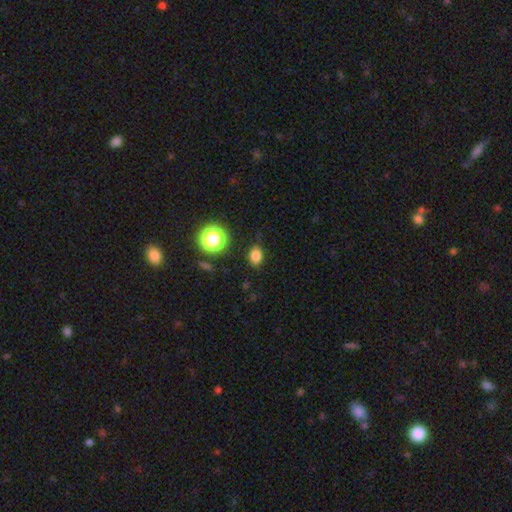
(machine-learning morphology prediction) Overall: smooth (80%). How rounded: in between (68%; round 30%). Merging: none (83%).